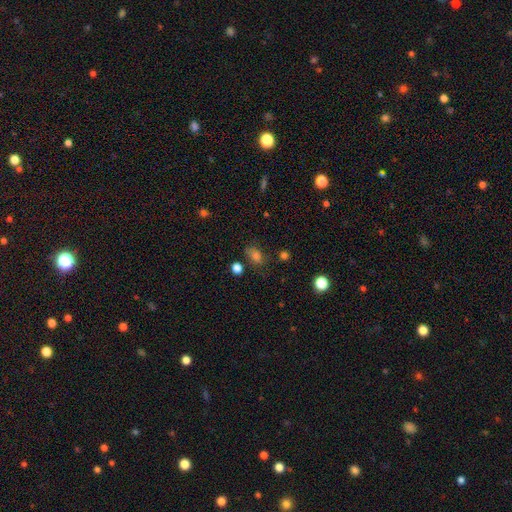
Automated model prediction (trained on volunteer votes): A smooth galaxy with no disk features (68%) that is in between round and cigar-shaped (72%). Merging: none (69%).